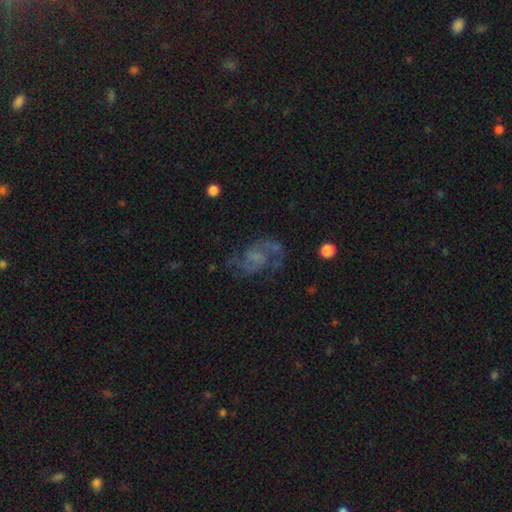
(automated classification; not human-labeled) A featured or disk galaxy (77%) with no bar (52%), 2 (85%) medium (52%) spiral arms (92%) and no central bulge (53%).

Vote fractions:
- Smooth or featured? featured or disk: 77% / smooth: 12% / star or artifact: 11%
- Edge-on disk? no: 98% / yes: 2%
- Bar? no: 52% / weak: 39% / strong: 9%
- Spiral arms? yes: 92% / no: 8%
- Spiral winding? medium: 52% / loose: 32% / tight: 17%
- Spiral arm count? 2: 85% / can't tell: 7% / 3: 3% / 1: 3% / 4: 1% / more than 4: 1%
- Bulge size? none: 53% / small: 27% / moderate: 15% / large: 4% / dominant: 1%
- Merging? none: 65% / minor disturbance: 18% / major disturbance: 15% / merger: 3%